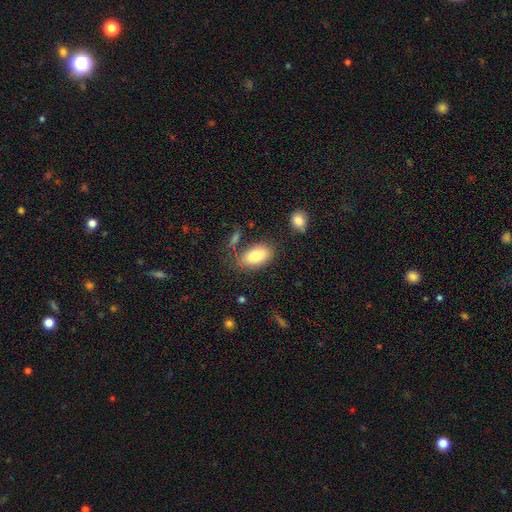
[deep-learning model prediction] This appears to be a smooth galaxy with no disk features (82%) that is in between round and cigar-shaped (93%). Merging: none (74%).